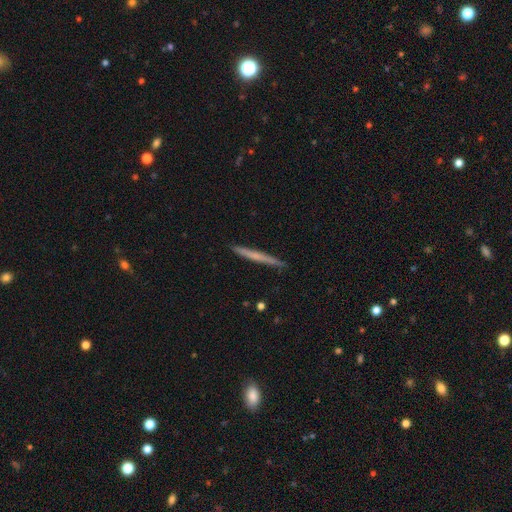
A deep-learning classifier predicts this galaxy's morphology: Smooth or featured?
  - smooth: 48% *
  - featured or disk: 47%
  - star or artifact: 6%
Merging?
  - none: 91% *
  - minor disturbance: 7%
  - major disturbance: 1%
  - merger: 1%